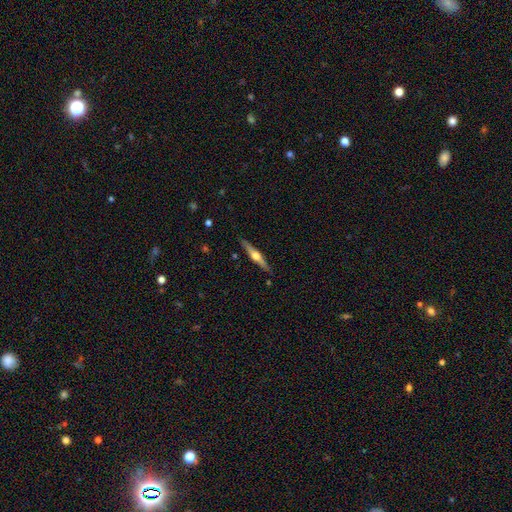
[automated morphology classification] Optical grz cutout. It shows a featured or disk galaxy (72%) viewed edge-on (98%) with a rounded central bulge (94%). Merging: none (89%).